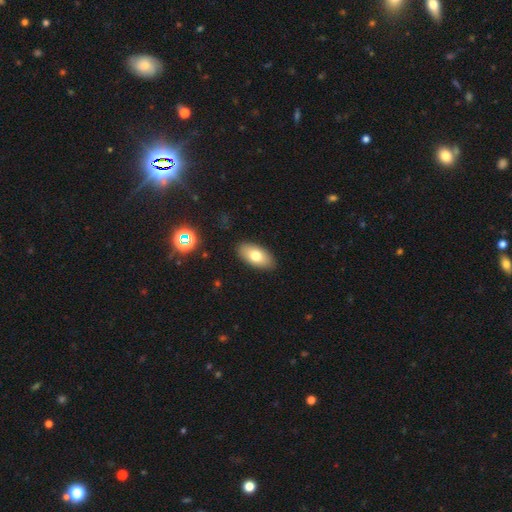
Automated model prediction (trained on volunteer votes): Overall: smooth (73%). How rounded: in between (92%). Merging: none (89%).